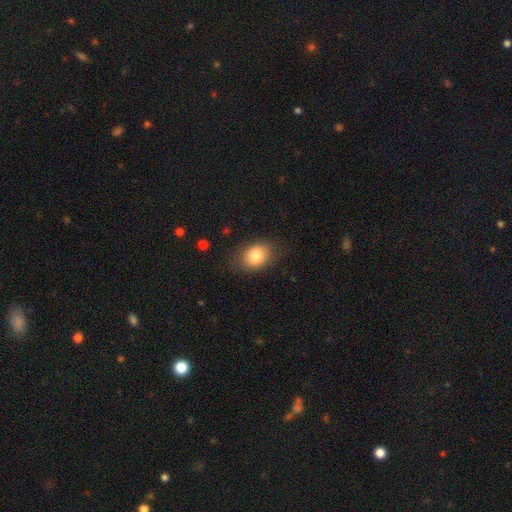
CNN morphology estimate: This is clearly a smooth galaxy (82%). How rounded: likely in between (64%). Merging: clearly none (80%).